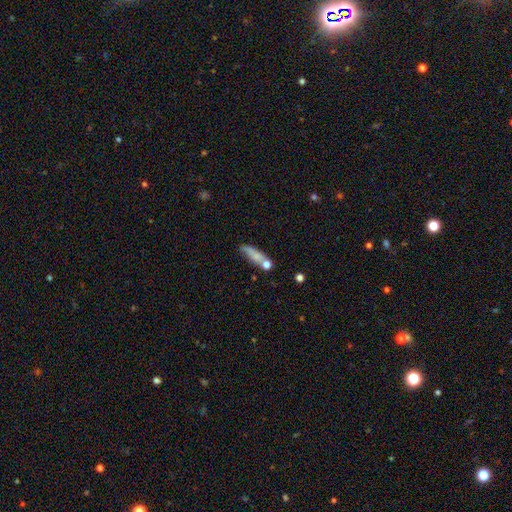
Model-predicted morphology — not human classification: smooth-or-featured: smooth: 69% | featured or disk: 22% | star or artifact: 9%
  how-rounded: cigar-shaped: 56% | in between: 39% | round: 6%
  merging: none: 47% | minor disturbance: 21% | merger: 21% | major disturbance: 10%